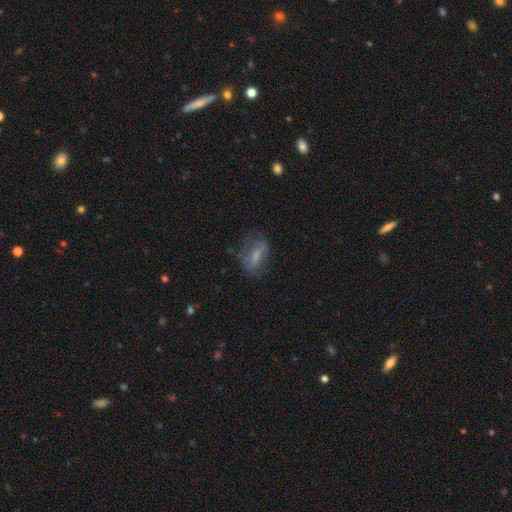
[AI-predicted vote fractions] The model was most divided on "smooth or featured": smooth: 50%, featured or disk: 40%, star or artifact: 10%. More confident: merging — none (60%).